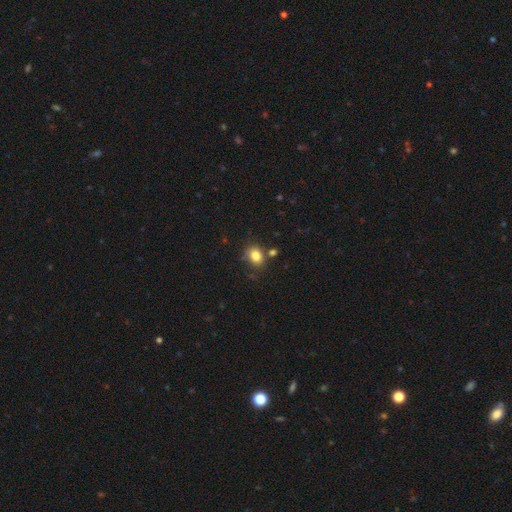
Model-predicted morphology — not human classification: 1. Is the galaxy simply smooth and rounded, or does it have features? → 83% smooth, 11% star or artifact, 7% featured or disk.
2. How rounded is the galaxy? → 52% in between, 47% round, 1% cigar-shaped.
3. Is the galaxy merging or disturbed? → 73% none, 14% minor disturbance, 9% merger, 4% major disturbance.